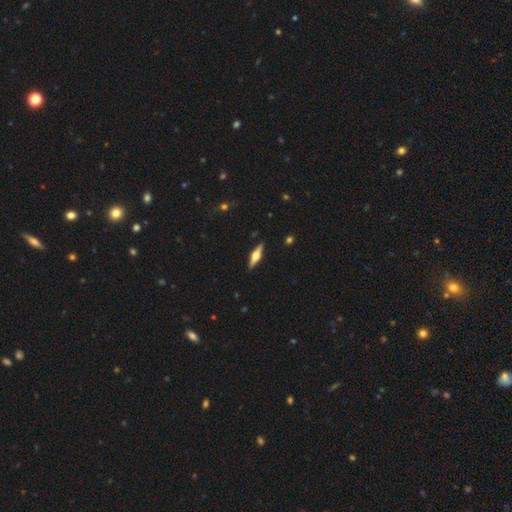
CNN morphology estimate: Overall: featured or disk (68%). Edge-on disk: yes (97%). Edge-on bulge: rounded (91%). Merging: none (90%).